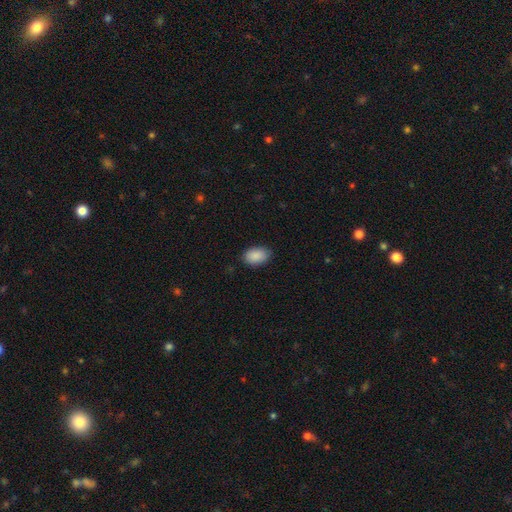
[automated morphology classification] smooth 90%, star or artifact 6%, featured or disk 3%. Down the decision tree: how rounded — in between (90%); merging — none (84%).